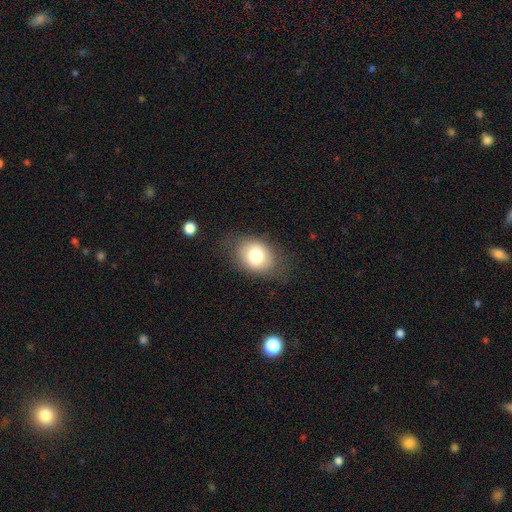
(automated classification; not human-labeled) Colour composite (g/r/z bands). It shows a smooth galaxy with no disk features (77%) that is in between round and cigar-shaped (63%). Merging: none (76%).